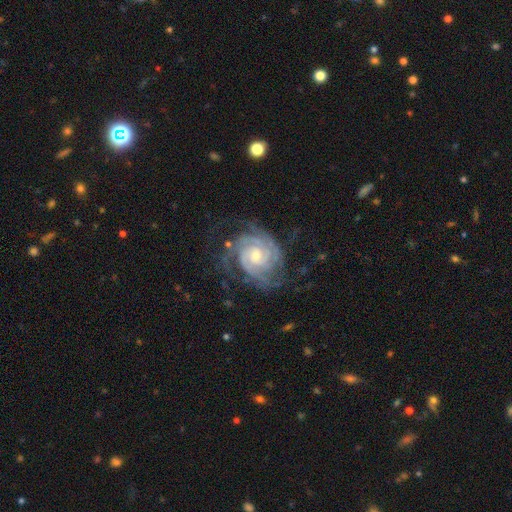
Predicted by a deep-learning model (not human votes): This is clearly a featured or disk galaxy (91%). It is clearly not viewed edge-on (98%). Bar: likely no (64%). Spiral arm pattern: clearly yes (98%). Spiral arm count: marginally 3 (28%). Spiral winding: likely tight (72%). Central bulge: possibly small (50%). Merging: likely none (66%).